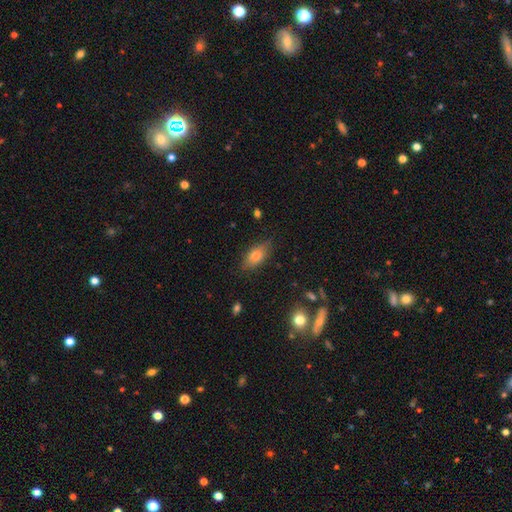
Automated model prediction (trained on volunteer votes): A smooth galaxy with no disk features (79%) that is in between round and cigar-shaped (86%).

Vote fractions:
- Smooth or featured? smooth: 79% / featured or disk: 13% / star or artifact: 8%
- How rounded? in between: 86% / cigar-shaped: 9% / round: 5%
- Merging? none: 75% / minor disturbance: 19% / major disturbance: 5% / merger: 1%